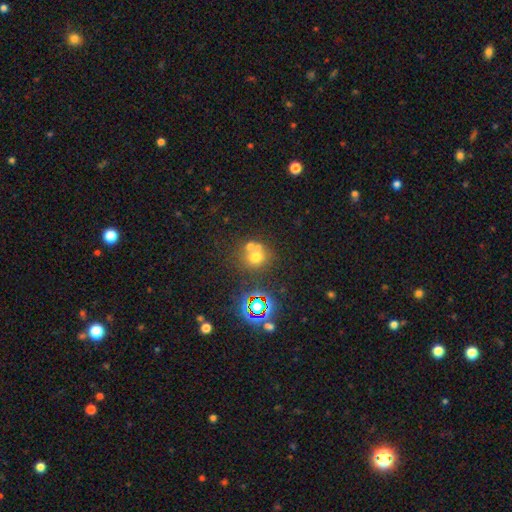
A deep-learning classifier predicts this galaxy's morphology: Smooth or featured: smooth — 60% (star or artifact — 23%)
How rounded: round — 86% (in between — 13%)
Merging: none — 48% (merger — 38%)